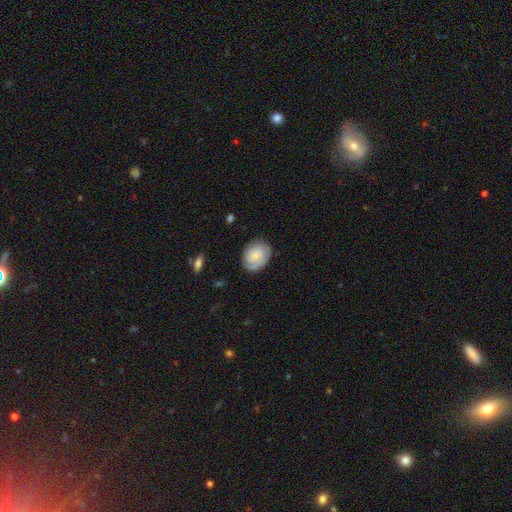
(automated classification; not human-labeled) This appears to be a smooth galaxy with no disk features (52%) that is in between round and cigar-shaped (58%). Merging: none (71%).